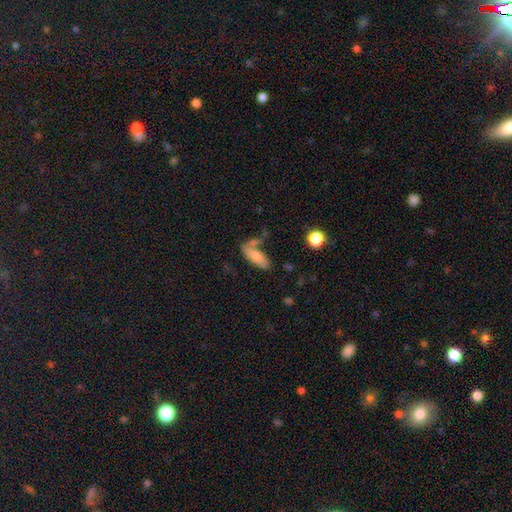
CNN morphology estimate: This is likely a smooth galaxy (75%). How rounded: likely in between (66%). Merging: possibly none (52%).